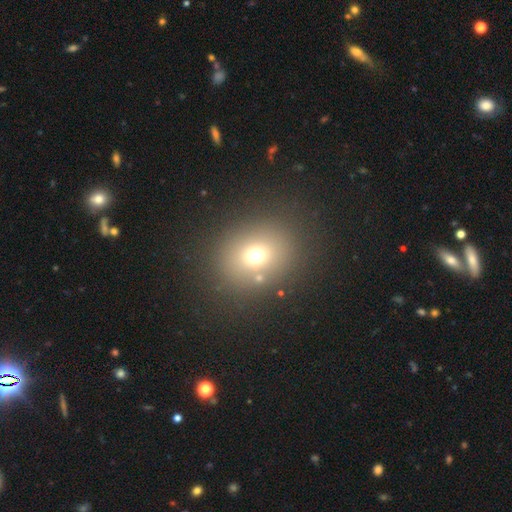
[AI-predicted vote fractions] smooth 67%, star or artifact 20%, featured or disk 13%. Down the decision tree: how rounded — round (66%); merging — none (80%).